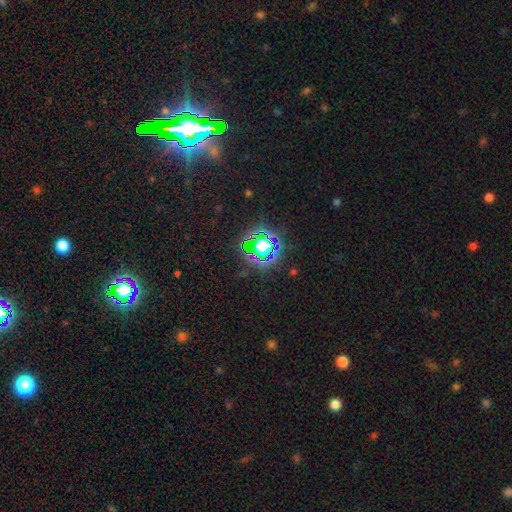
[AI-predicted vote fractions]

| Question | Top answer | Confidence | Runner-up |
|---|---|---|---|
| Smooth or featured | star or artifact | 79% | smooth (13%) |